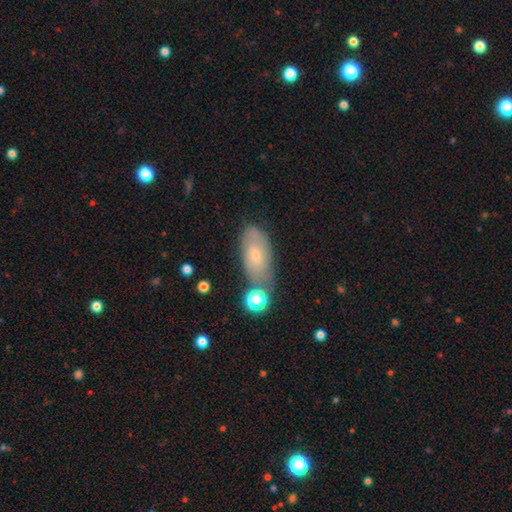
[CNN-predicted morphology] Smooth or featured? Predicted: smooth (p=0.54). How rounded? Predicted: in between (p=0.88). Merging? Predicted: none (p=0.64).